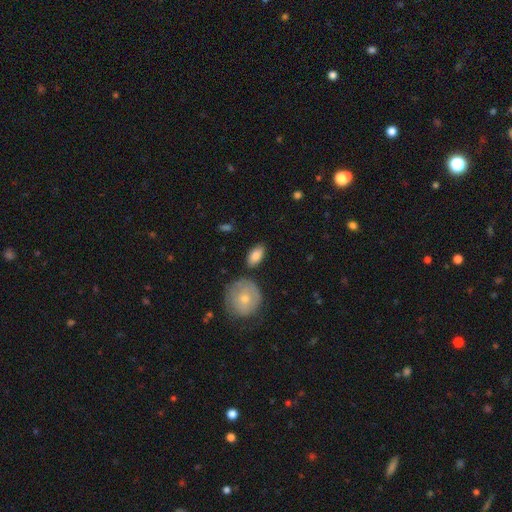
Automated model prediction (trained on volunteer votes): Smooth or featured? smooth (84%)
How rounded? in between (89%)
Merging? none (80%)